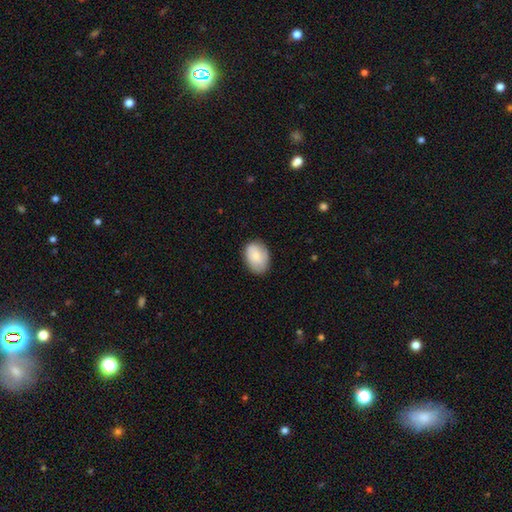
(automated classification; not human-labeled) The model was most divided on "merging": none: 79%, minor disturbance: 17%, major disturbance: 3%, merger: 1%. More confident: smooth or featured — smooth (82%); how rounded — in between (81%).